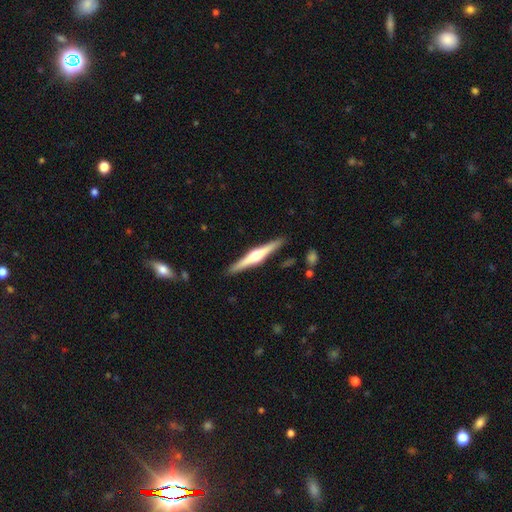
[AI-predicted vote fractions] A featured or disk galaxy (73%) viewed edge-on (98%) with a rounded central bulge (91%). Merging: none (91%).